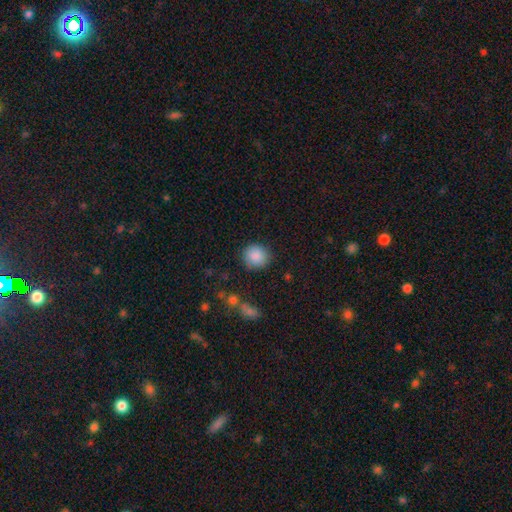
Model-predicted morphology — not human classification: Smooth or featured: smooth — 87% (star or artifact — 8%)
How rounded: round — 86% (in between — 13%)
Merging: none — 84% (minor disturbance — 11%)